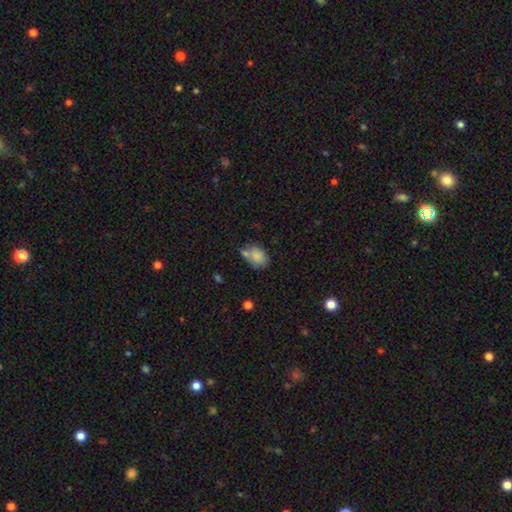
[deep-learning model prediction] Overall: smooth (82%). How rounded: in between (69%; round 30%). Merging: none (52%; merger 22%).